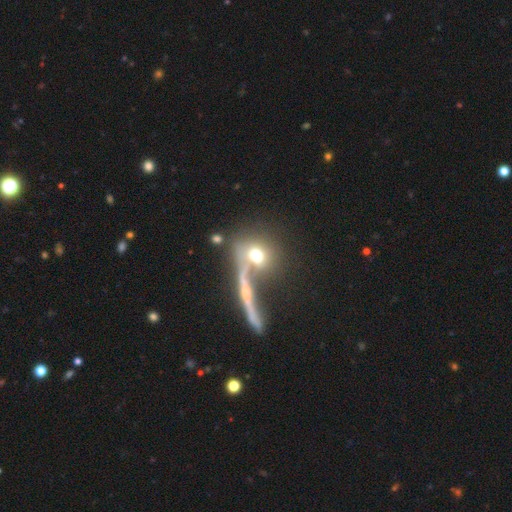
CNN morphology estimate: Overall: smooth (56%; featured or disk 30%). How rounded: round (77%). Merging: none (44%; merger 33%).